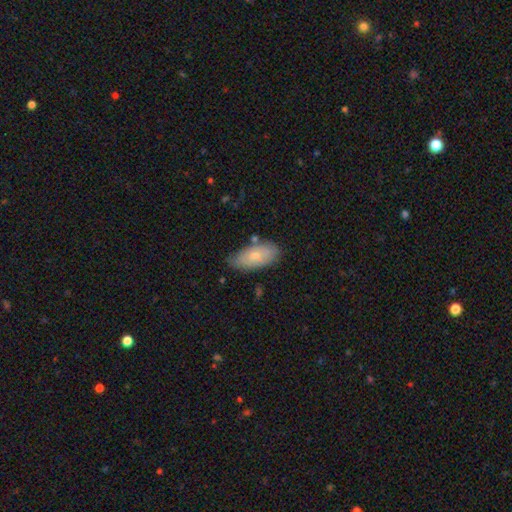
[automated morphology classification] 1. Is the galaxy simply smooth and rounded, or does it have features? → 69% smooth, 25% featured or disk, 6% star or artifact.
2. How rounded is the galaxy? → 92% in between, 5% cigar-shaped, 3% round.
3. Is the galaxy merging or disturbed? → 64% none, 26% minor disturbance, 5% merger, 5% major disturbance.